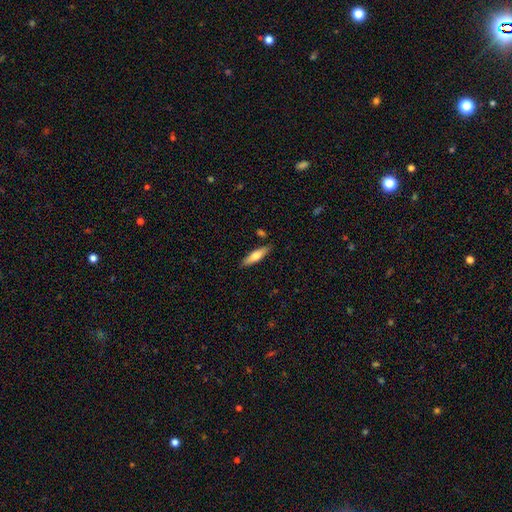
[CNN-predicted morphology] Smooth or featured? smooth (65%)
How rounded? cigar-shaped (66%)
Merging? none (85%)